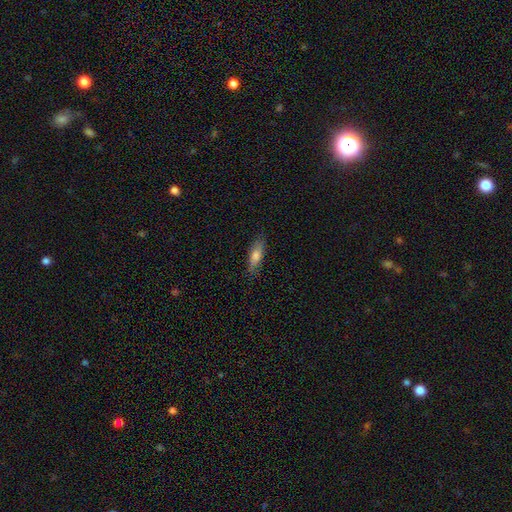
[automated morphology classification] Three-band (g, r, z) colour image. It shows a smooth galaxy with no disk features (74%) that is in between round and cigar-shaped (62%). Merging: none (81%).